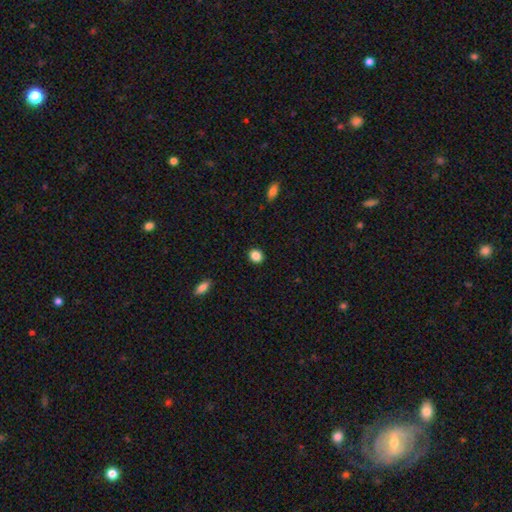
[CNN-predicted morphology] Overall: smooth (87%). How rounded: round (66%; in between 33%). Merging: none (91%).